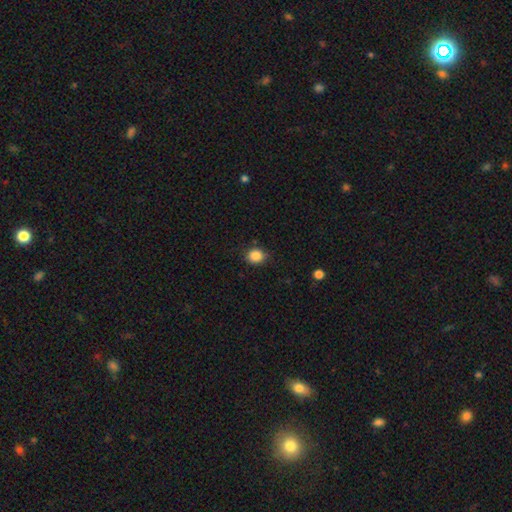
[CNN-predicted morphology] This is clearly a smooth galaxy (86%). How rounded: likely round (69%). Merging: clearly none (82%).